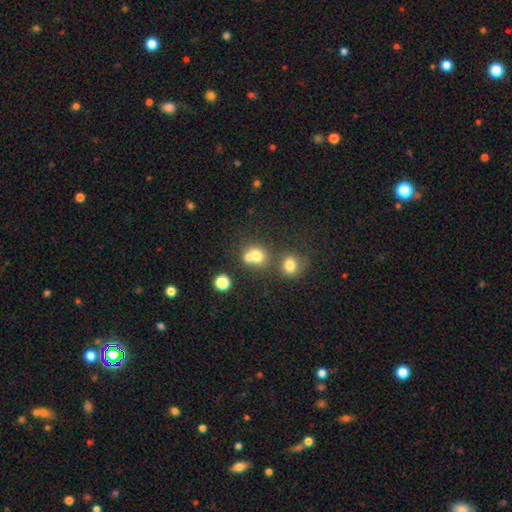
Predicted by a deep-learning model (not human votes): This appears to be a smooth galaxy with no disk features (73%) that is round (77%). Merging: merger (50%).